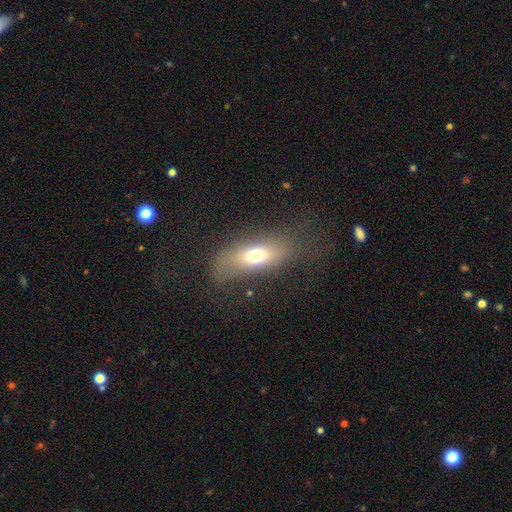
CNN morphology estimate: This is likely a smooth galaxy (65%). How rounded: likely in between (72%). Merging: likely none (68%).